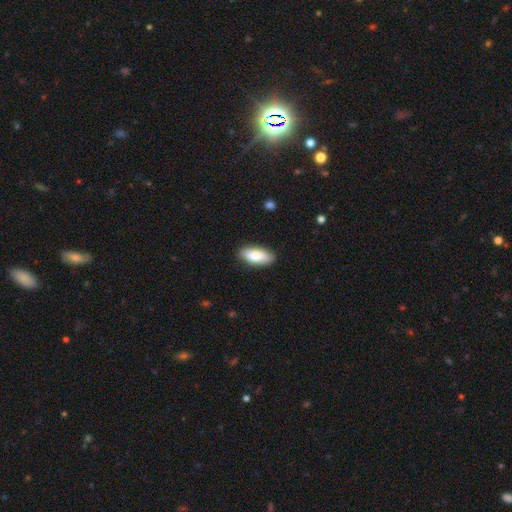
Volunteers were most divided on "smooth or featured": smooth: 84%, featured or disk: 8%, star or artifact: 8%. More confident: how rounded — in between (94%); merging — none (89%).